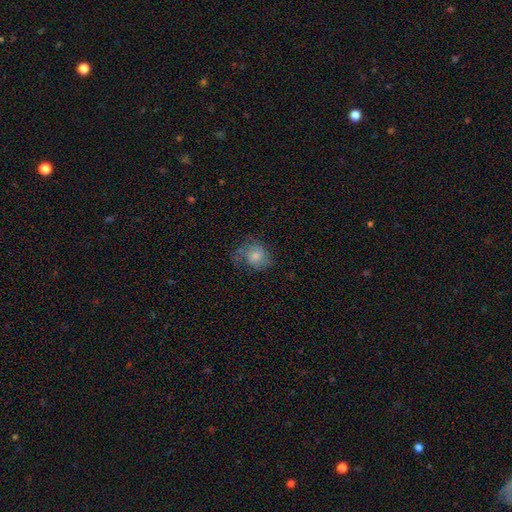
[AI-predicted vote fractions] smooth_or_featured: smooth (p=0.66) [alt: featured or disk p=0.25]
how_rounded: round (p=0.65) [alt: in between p=0.34]
merging: none (p=0.48) [alt: minor disturbance p=0.29]